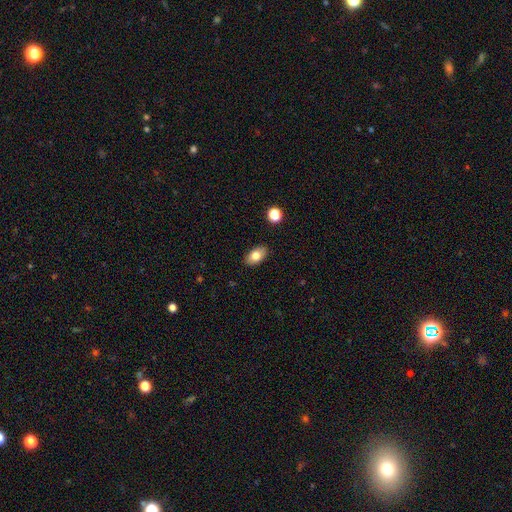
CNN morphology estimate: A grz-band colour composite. It shows a smooth galaxy with no disk features (79%) that is in between round and cigar-shaped (91%). Merging: none (88%).